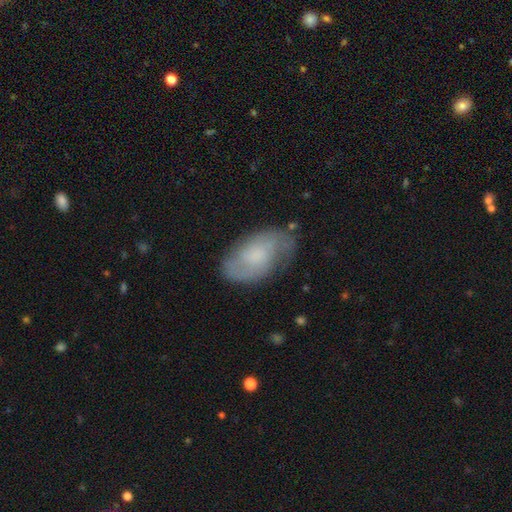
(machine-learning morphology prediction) Overall: featured or disk (54%; smooth 39%). Edge-on disk: no (95%). Bar: no (66%; weak 30%). Spiral arms: yes (83%). Bulge size: small (32%; moderate 29%). Merging: none (70%).